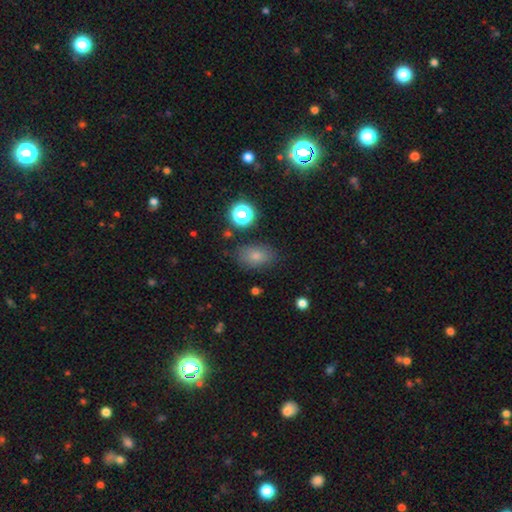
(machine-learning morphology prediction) smooth 77%, star or artifact 14%, featured or disk 9%. Down the decision tree: how rounded — in between (82%); merging — none (79%).